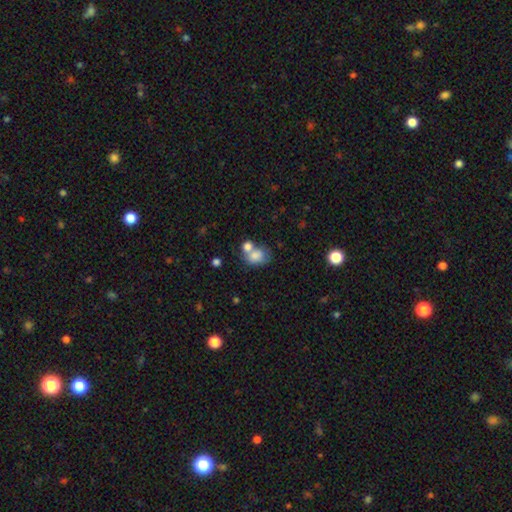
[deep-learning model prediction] smooth_or_featured: smooth (p=0.77) [alt: featured or disk p=0.14]
how_rounded: in between (p=0.64) [alt: round p=0.35]
merging: merger (p=0.50) [alt: none p=0.30]